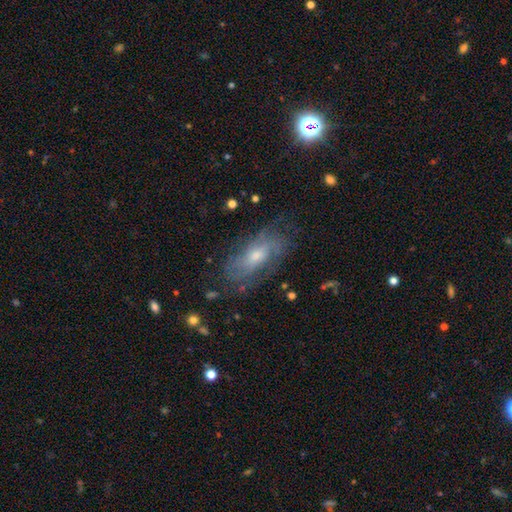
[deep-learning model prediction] Morphology: type=featured or disk (66%); edge-on=no (86%); bar=no (67%); spiral arms=yes (83%); bulge=moderate (50%); merging=none (70%).